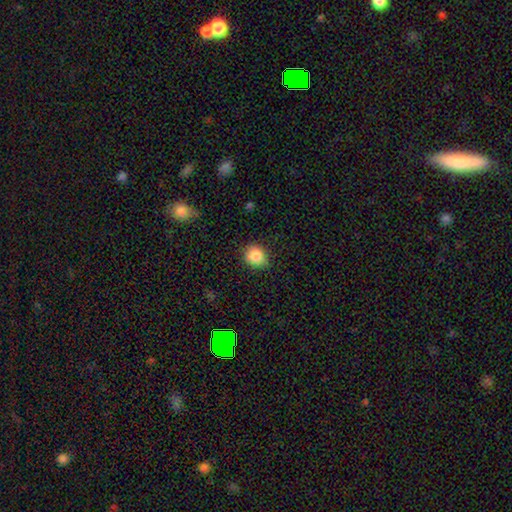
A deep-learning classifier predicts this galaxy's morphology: type=smooth (85%); roundness=round (79%); merging=none (78%).